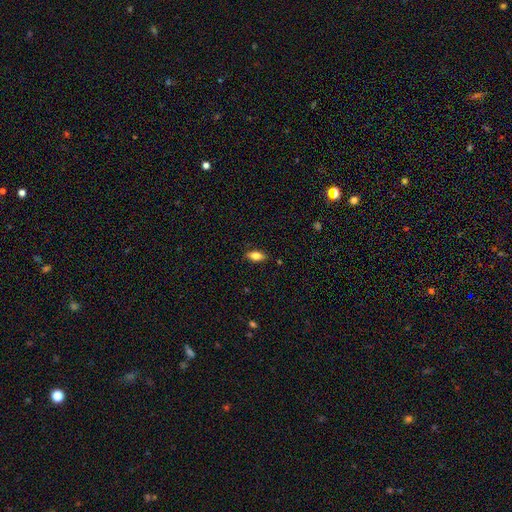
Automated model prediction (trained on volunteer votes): Smooth or featured? smooth (79%)
How rounded? in between (86%)
Merging? none (85%)